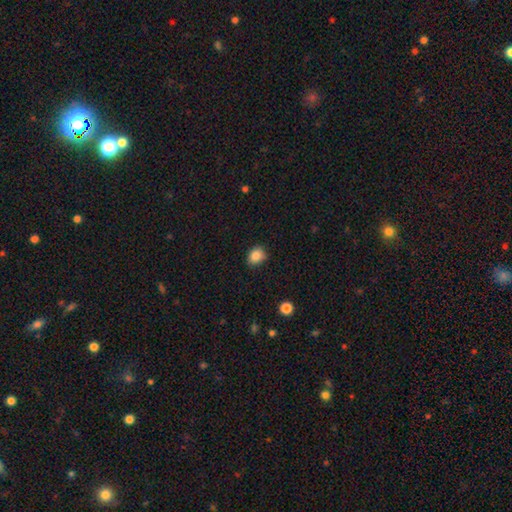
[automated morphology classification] A smooth galaxy with no disk features (86%) that is in between round and cigar-shaped (54%). Merging: none (79%).